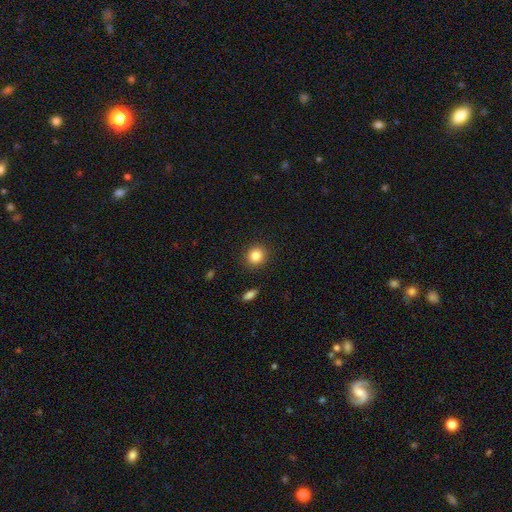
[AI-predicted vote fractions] Smooth or featured? Predicted: smooth (p=0.84). How rounded? Predicted: round (p=0.86). Merging? Predicted: none (p=0.90).